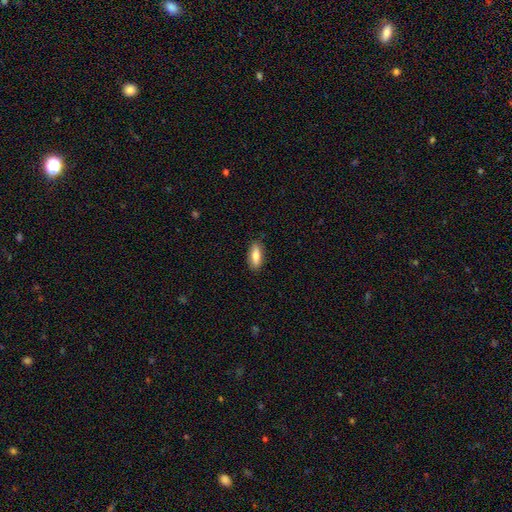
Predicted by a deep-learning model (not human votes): Overall: smooth (78%). How rounded: in between (73%). Merging: none (84%).